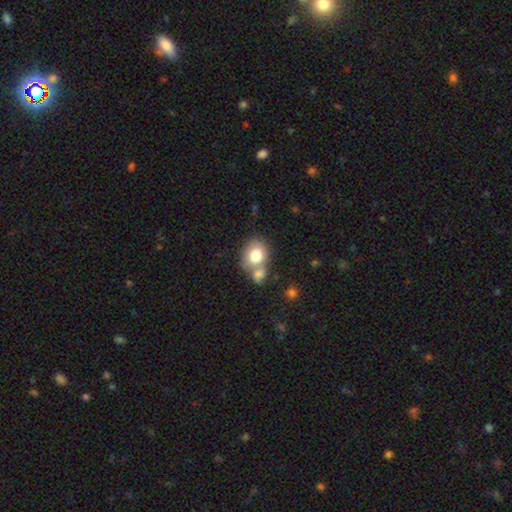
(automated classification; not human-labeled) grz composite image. It shows a smooth galaxy with no disk features (77%) that is round (51%). Merging: merger (44%).